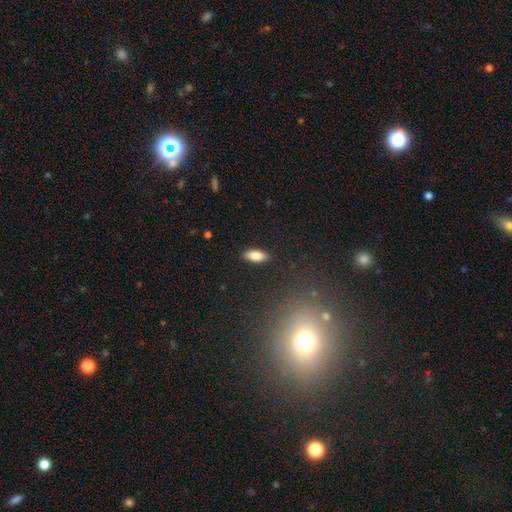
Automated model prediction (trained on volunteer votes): Smooth or featured: smooth — 85% (featured or disk — 8%)
How rounded: in between — 87% (cigar-shaped — 11%)
Merging: none — 89% (minor disturbance — 8%)